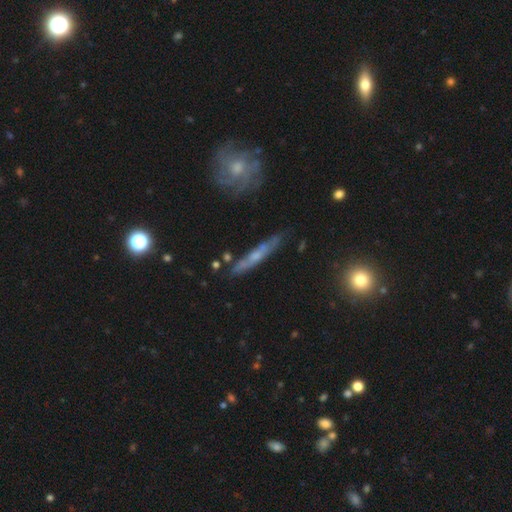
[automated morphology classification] Smooth or featured: featured or disk — 60% (smooth — 33%)
Edge-on disk: yes — 80% (no — 20%)
Merging: none — 80% (minor disturbance — 14%)